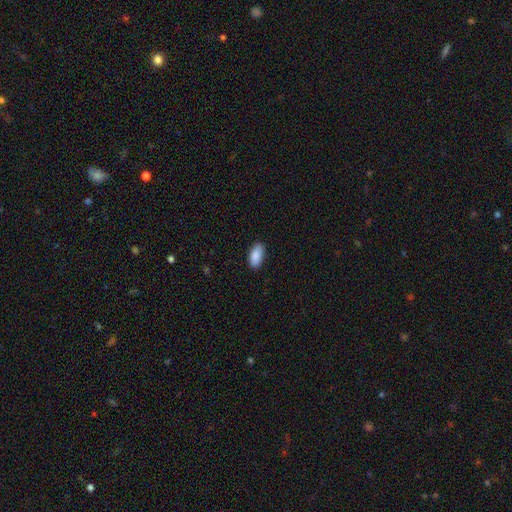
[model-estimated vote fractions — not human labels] A smooth galaxy with no disk features (89%) that is in between round and cigar-shaped (91%).

Vote fractions:
- Smooth or featured? smooth: 89% / star or artifact: 6% / featured or disk: 5%
- How rounded? in between: 91% / cigar-shaped: 7% / round: 2%
- Merging? none: 87% / minor disturbance: 10% / major disturbance: 2% / merger: 1%